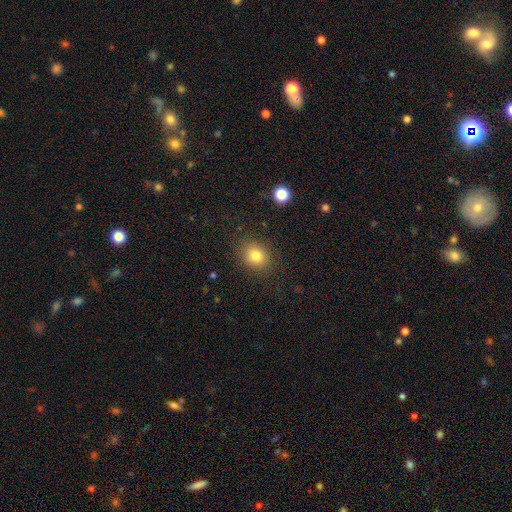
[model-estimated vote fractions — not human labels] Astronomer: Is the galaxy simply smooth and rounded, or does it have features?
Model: smooth — 81%.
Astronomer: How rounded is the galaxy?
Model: round — 60% (runner-up: in between, 39%).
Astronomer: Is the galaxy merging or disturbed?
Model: none — 86%.